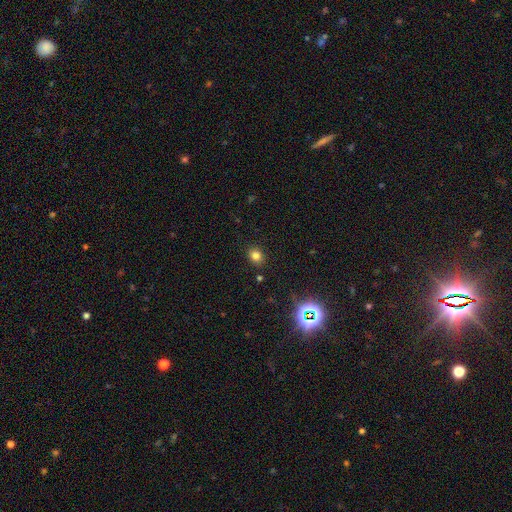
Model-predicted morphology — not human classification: Smooth or featured? smooth (78%)
How rounded? round (60%)
Merging? none (88%)